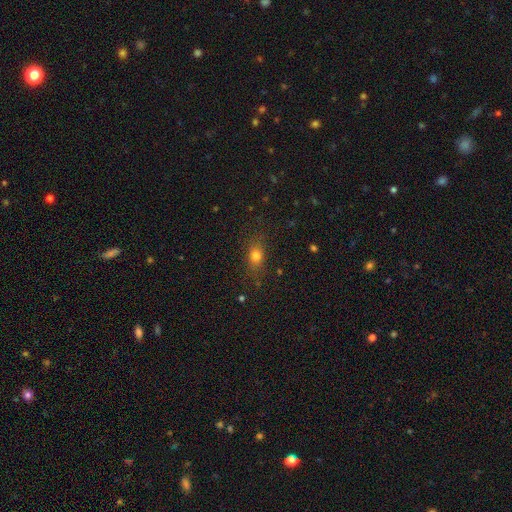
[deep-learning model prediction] A smooth galaxy with no disk features (75%) that is in between round and cigar-shaped (61%). Merging: none (79%).